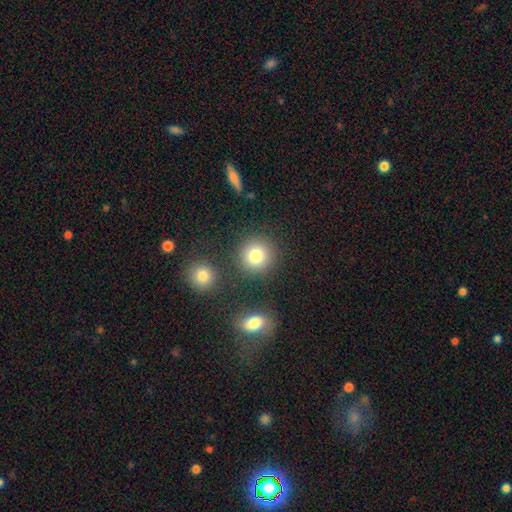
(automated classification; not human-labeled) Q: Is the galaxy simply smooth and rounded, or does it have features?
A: smooth — 82%.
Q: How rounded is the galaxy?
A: round — 91%.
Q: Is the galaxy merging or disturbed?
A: none — 84%.